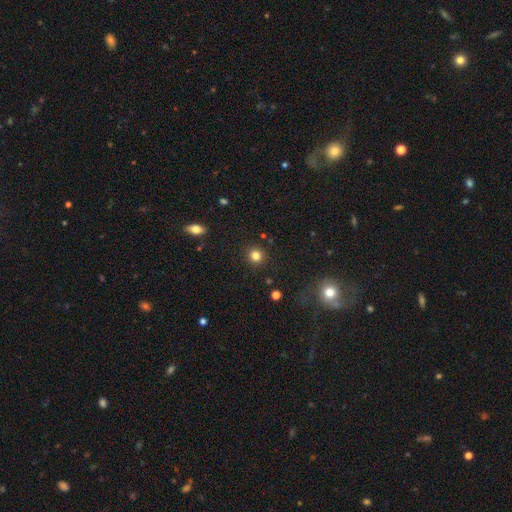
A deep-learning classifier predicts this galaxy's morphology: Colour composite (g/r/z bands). It shows a smooth galaxy with no disk features (82%) that is round (91%). Merging: none (91%).